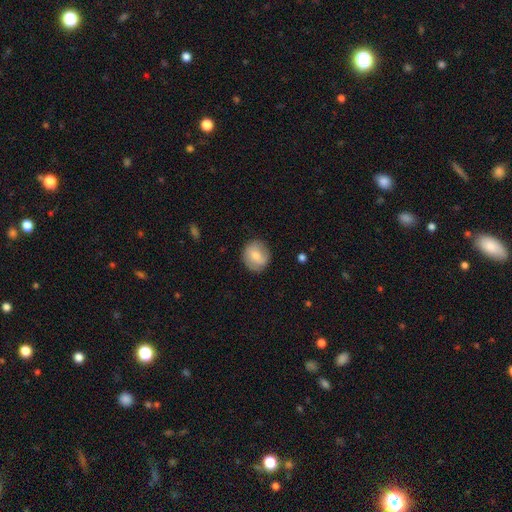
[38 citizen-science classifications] Overall: smooth (61%; featured or disk 29%). How rounded: round (87%). Merging: none (82%).